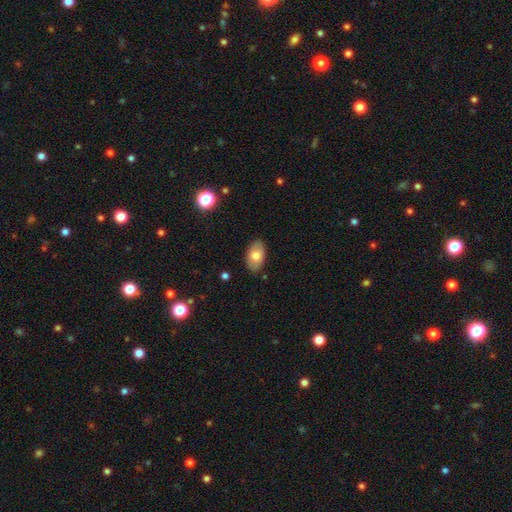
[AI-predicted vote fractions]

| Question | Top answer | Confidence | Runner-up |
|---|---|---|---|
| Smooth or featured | smooth | 74% | featured or disk (19%) |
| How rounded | in between | 92% | round (7%) |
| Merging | none | 85% | minor disturbance (12%) |